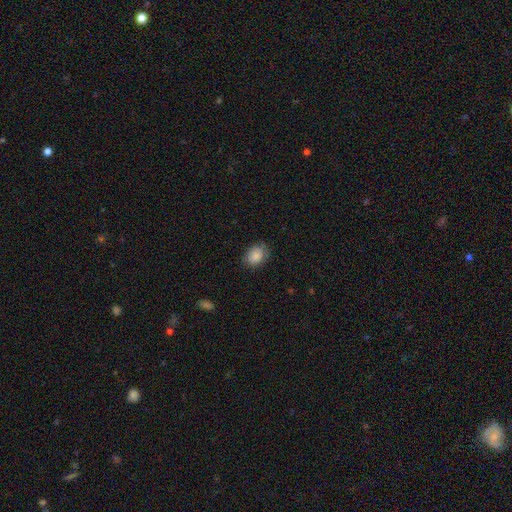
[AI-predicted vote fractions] smooth_or_featured: smooth (p=0.84) [alt: featured or disk p=0.08]
how_rounded: in between (p=0.70) [alt: round p=0.29]
merging: none (p=0.72) [alt: minor disturbance p=0.22]